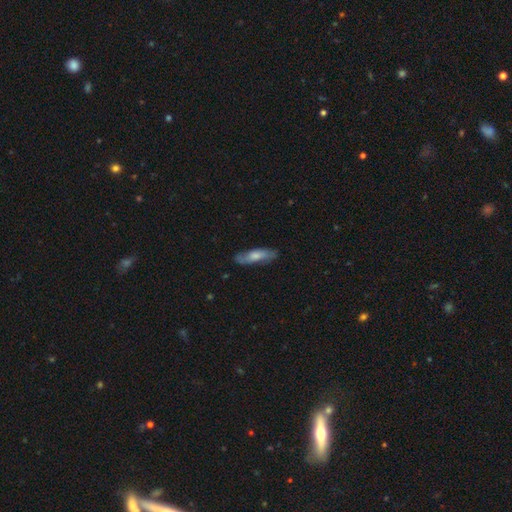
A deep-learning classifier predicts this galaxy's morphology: A smooth galaxy with no disk features (59%) that is cigar-shaped (59%).

Vote fractions:
- Smooth or featured? smooth: 59% / featured or disk: 36% / star or artifact: 6%
- How rounded? cigar-shaped: 59% / in between: 39% / round: 2%
- Merging? none: 77% / minor disturbance: 18% / major disturbance: 4% / merger: 2%